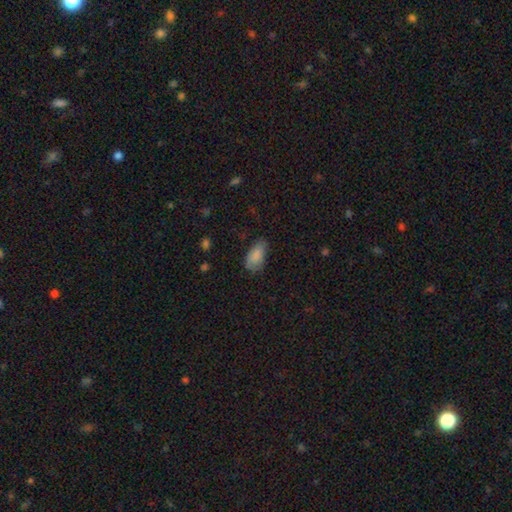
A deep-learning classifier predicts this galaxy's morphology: Smooth or featured?
  - smooth: 86% *
  - star or artifact: 7%
  - featured or disk: 7%
How rounded?
  - in between: 93% *
  - cigar-shaped: 4%
  - round: 3%
Merging?
  - none: 63% *
  - minor disturbance: 29%
  - major disturbance: 7%
  - merger: 2%